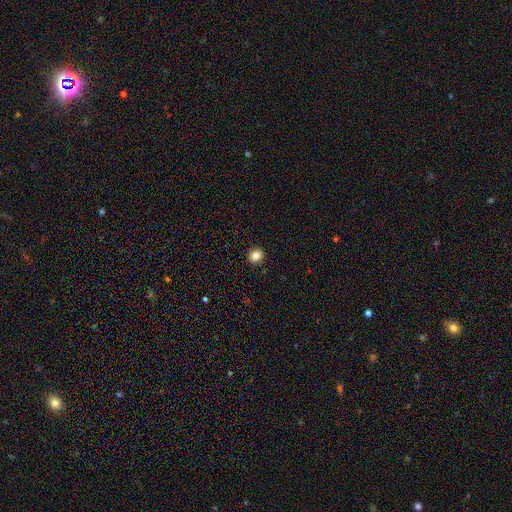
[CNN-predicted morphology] A smooth galaxy with no disk features (84%) that is round (81%). Merging: none (92%).